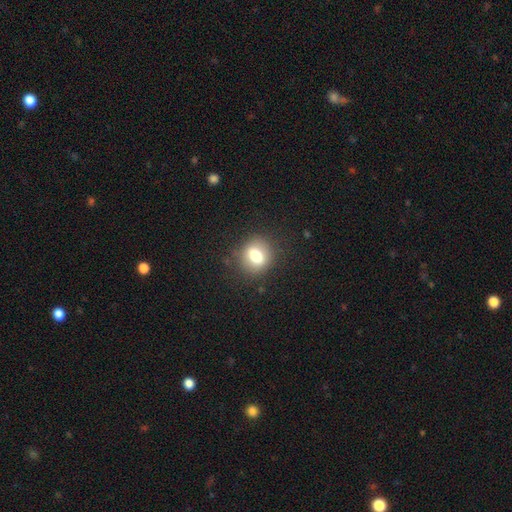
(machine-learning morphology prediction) A smooth galaxy with no disk features (74%) that is round (65%).

Vote fractions:
- Smooth or featured? smooth: 74% / featured or disk: 16% / star or artifact: 10%
- How rounded? round: 65% / in between: 34% / cigar-shaped: 2%
- Merging? none: 85% / minor disturbance: 10% / major disturbance: 4% / merger: 1%